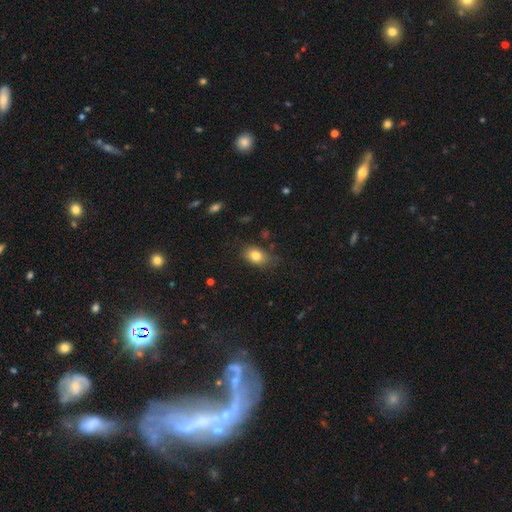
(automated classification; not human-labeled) smooth-or-featured: smooth: 80% | featured or disk: 10% | star or artifact: 10%
  how-rounded: in between: 79% | round: 19% | cigar-shaped: 2%
  merging: none: 71% | minor disturbance: 22% | major disturbance: 5% | merger: 2%